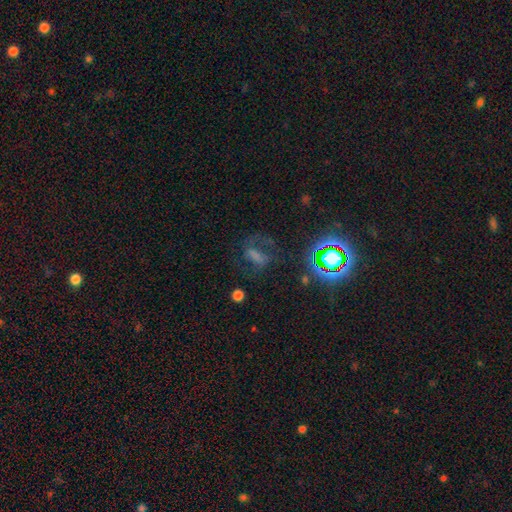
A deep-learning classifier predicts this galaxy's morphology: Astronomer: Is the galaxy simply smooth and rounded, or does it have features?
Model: featured or disk — 35% (runner-up: star or artifact, 34%).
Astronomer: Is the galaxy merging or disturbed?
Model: none — 56%.